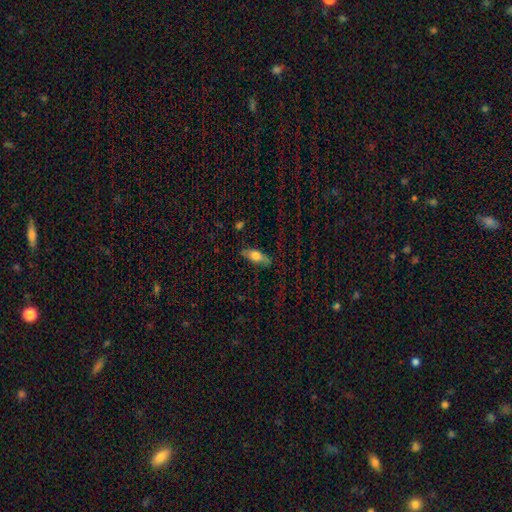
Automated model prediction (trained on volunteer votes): smooth 68%, featured or disk 25%, star or artifact 7%. Down the decision tree: how rounded — in between (69%); merging — none (80%).